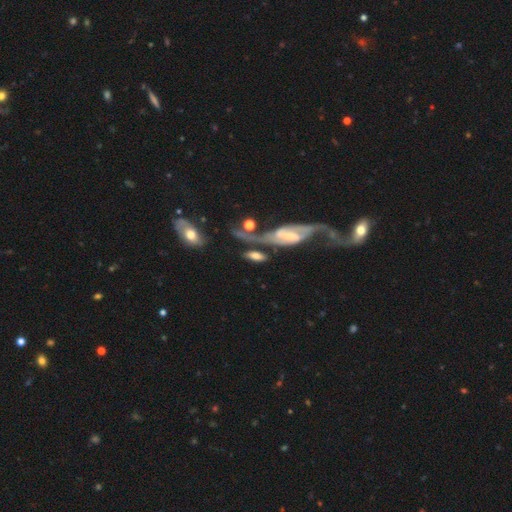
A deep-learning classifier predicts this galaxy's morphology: Smooth or featured: featured or disk — 49% (smooth — 43%)
Merging: none — 43% (merger — 26%)